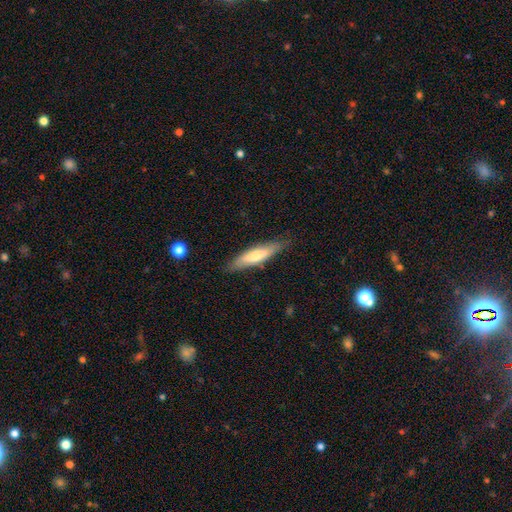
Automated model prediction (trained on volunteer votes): Q: Smooth or featured?
A: smooth (56%); runner-up: featured or disk (38%)
Q: How rounded?
A: cigar-shaped (78%); runner-up: in between (20%)
Q: Merging?
A: none (83%); runner-up: minor disturbance (13%)